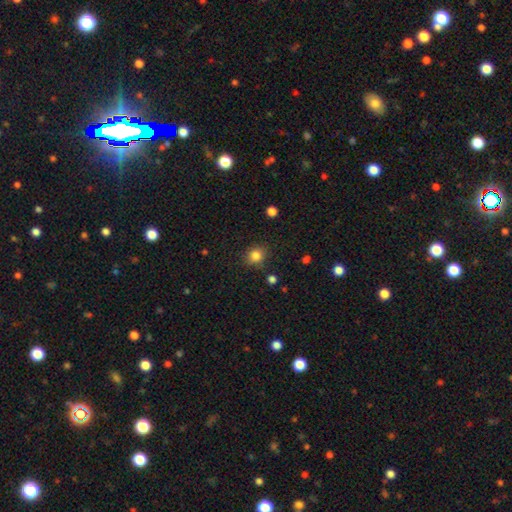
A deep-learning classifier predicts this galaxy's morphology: Smooth or featured? smooth (83%)
How rounded? round (81%)
Merging? none (85%)